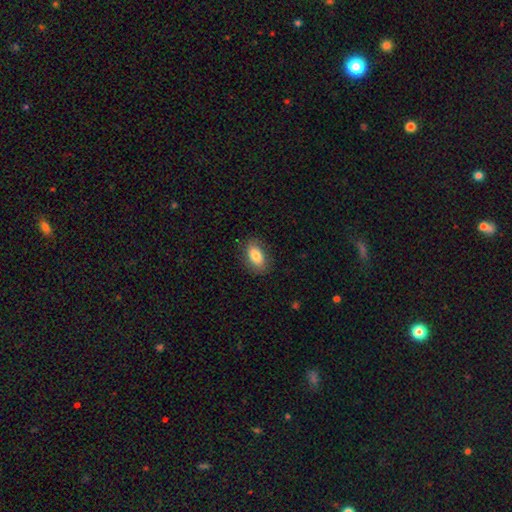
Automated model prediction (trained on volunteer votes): This is clearly a smooth galaxy (81%). How rounded: clearly in between (89%). Merging: clearly none (84%).